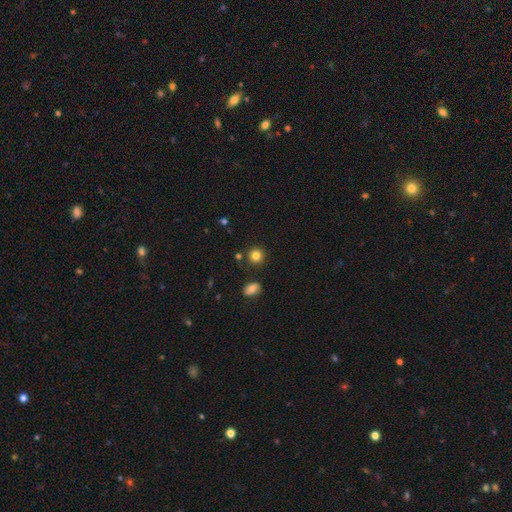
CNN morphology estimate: This appears to be a smooth galaxy with no disk features (82%) that is round (92%). Merging: none (86%).